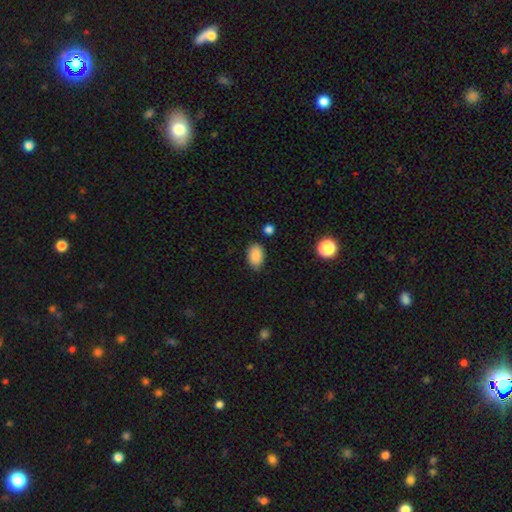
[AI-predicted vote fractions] smooth 87%, star or artifact 8%, featured or disk 5%. Down the decision tree: how rounded — in between (88%); merging — none (81%).